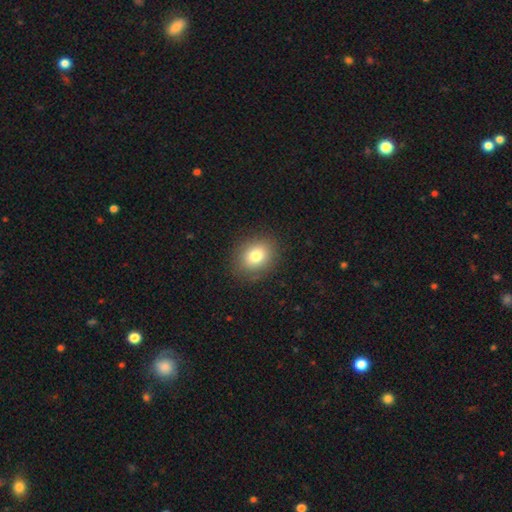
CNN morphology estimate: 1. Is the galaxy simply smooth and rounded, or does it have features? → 79% smooth, 10% star or artifact, 10% featured or disk.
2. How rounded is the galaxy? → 52% in between, 47% round, 1% cigar-shaped.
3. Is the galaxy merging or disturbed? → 86% none, 10% minor disturbance, 3% major disturbance, 1% merger.